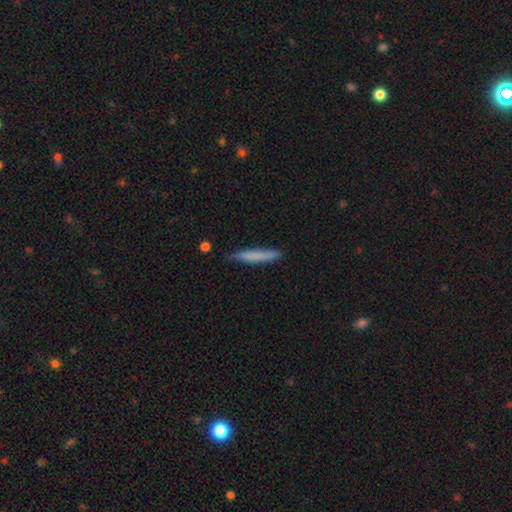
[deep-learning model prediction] smooth_or_featured: smooth (p=0.74) [alt: featured or disk p=0.20]
how_rounded: cigar-shaped (p=0.94) [alt: in between p=0.05]
merging: none (p=0.76) [alt: minor disturbance p=0.19]